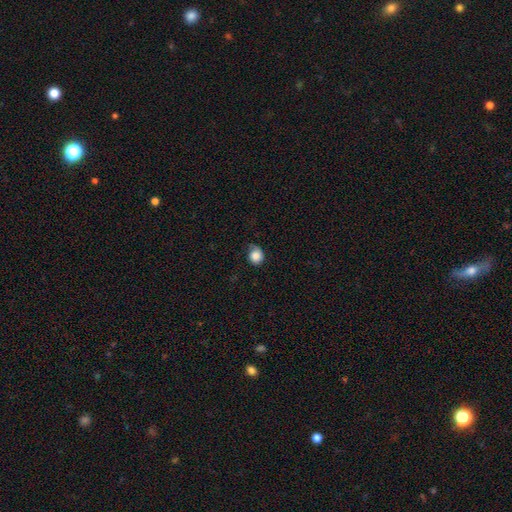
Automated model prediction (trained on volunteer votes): Smooth or featured? smooth (84%)
How rounded? round (73%)
Merging? none (56%)